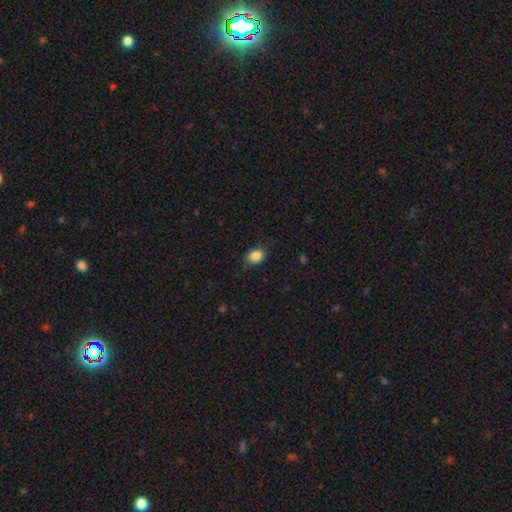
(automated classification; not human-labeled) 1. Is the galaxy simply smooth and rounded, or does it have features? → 86% smooth, 9% star or artifact, 5% featured or disk.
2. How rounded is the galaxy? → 66% in between, 33% round, 1% cigar-shaped.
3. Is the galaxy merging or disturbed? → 78% none, 18% minor disturbance, 4% major disturbance, 1% merger.